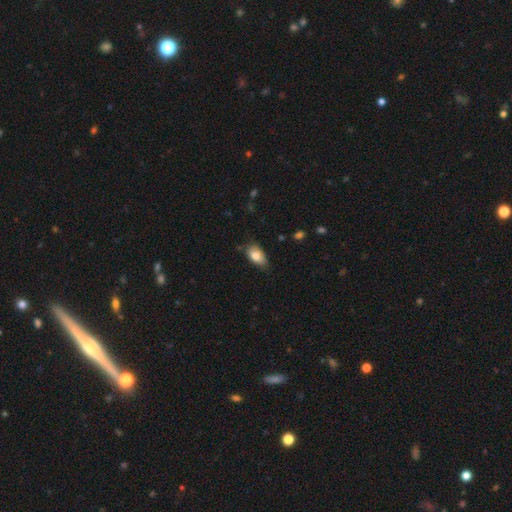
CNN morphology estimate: A smooth galaxy with no disk features (81%) that is in between round and cigar-shaped (91%).

Vote fractions:
- Smooth or featured? smooth: 81% / featured or disk: 11% / star or artifact: 7%
- How rounded? in between: 91% / round: 5% / cigar-shaped: 3%
- Merging? none: 66% / minor disturbance: 28% / major disturbance: 4% / merger: 2%